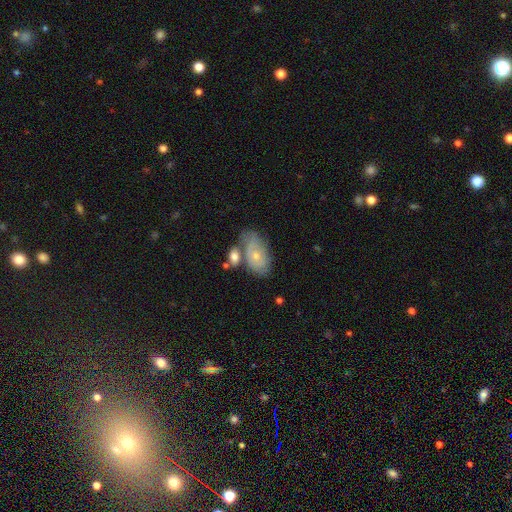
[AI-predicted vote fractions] smooth-or-featured: smooth: 53% | featured or disk: 40% | star or artifact: 7%
  how-rounded: in between: 90% | round: 7% | cigar-shaped: 2%
  merging: none: 43% | merger: 28% | minor disturbance: 21% | major disturbance: 8%